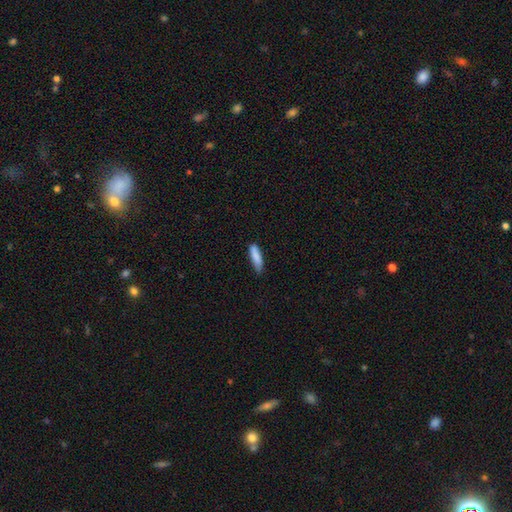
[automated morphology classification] Smooth or featured: smooth — 86% (featured or disk — 8%)
How rounded: cigar-shaped — 67% (in between — 32%)
Merging: none — 71% (minor disturbance — 24%)